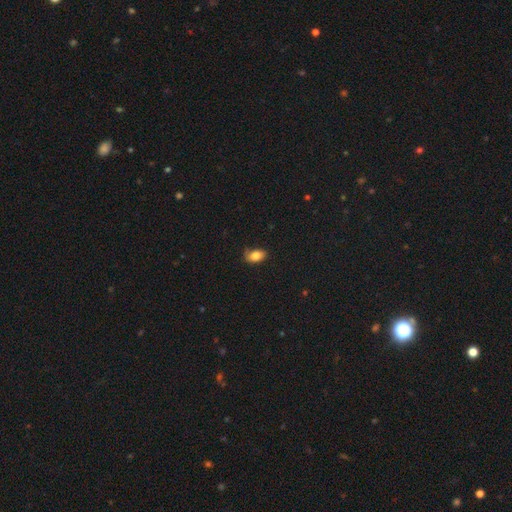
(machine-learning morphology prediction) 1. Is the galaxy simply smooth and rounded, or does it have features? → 81% smooth, 10% featured or disk, 8% star or artifact.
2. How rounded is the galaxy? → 88% in between, 10% round, 2% cigar-shaped.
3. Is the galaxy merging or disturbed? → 66% none, 26% minor disturbance, 6% major disturbance, 2% merger.